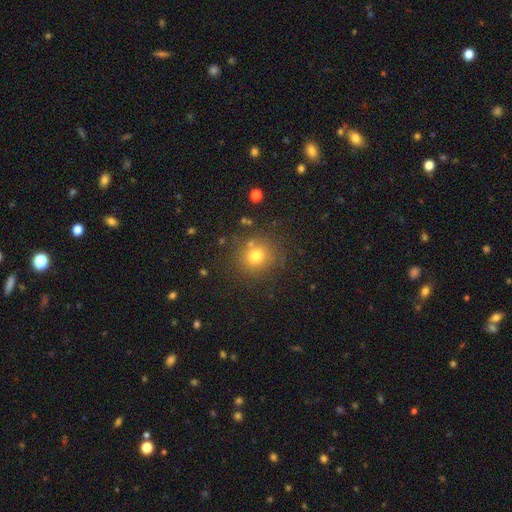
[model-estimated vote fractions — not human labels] This is likely a smooth galaxy (75%). How rounded: clearly round (87%). Merging: clearly none (81%).